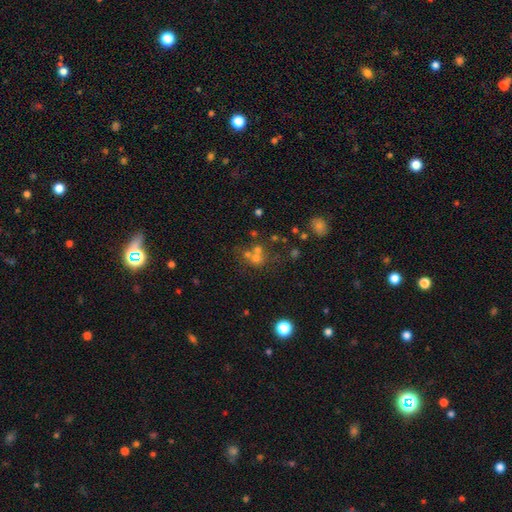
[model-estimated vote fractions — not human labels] A smooth galaxy with no disk features (53%) that is round (79%).

Vote fractions:
- Smooth or featured? smooth: 53% / star or artifact: 24% / featured or disk: 23%
- How rounded? round: 79% / in between: 20% / cigar-shaped: 1%
- Merging? merger: 48% / none: 39% / minor disturbance: 8% / major disturbance: 5%